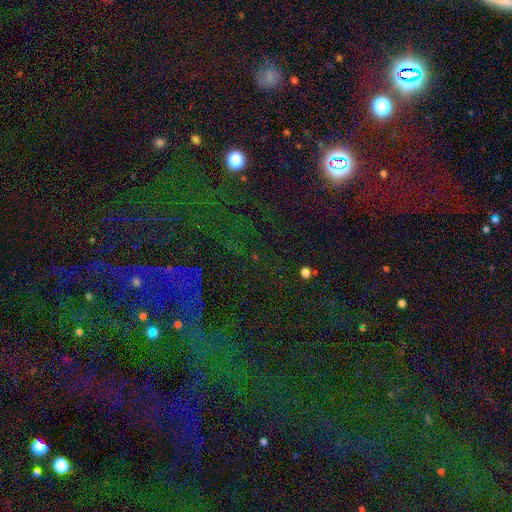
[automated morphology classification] Q: Smooth or featured?
A: star or artifact (77%); runner-up: smooth (14%)